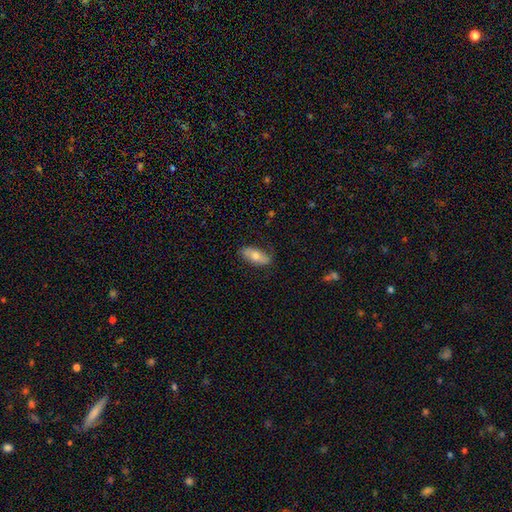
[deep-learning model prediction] smooth 63%, featured or disk 31%, star or artifact 6%. Down the decision tree: how rounded — in between (79%); merging — none (78%).